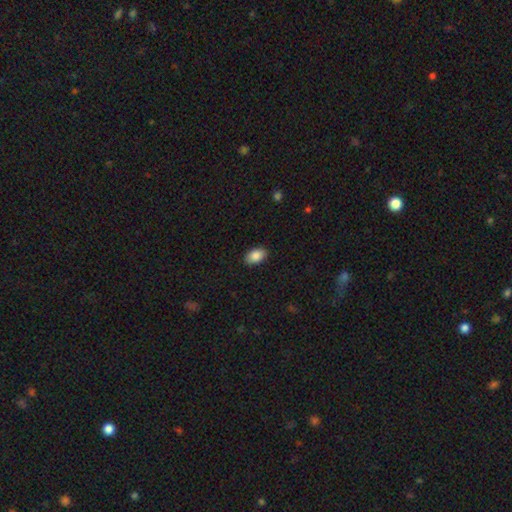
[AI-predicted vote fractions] smooth-or-featured: smooth: 87% | star or artifact: 7% | featured or disk: 5%
  how-rounded: in between: 92% | round: 7% | cigar-shaped: 1%
  merging: none: 88% | minor disturbance: 9% | major disturbance: 2% | merger: 1%